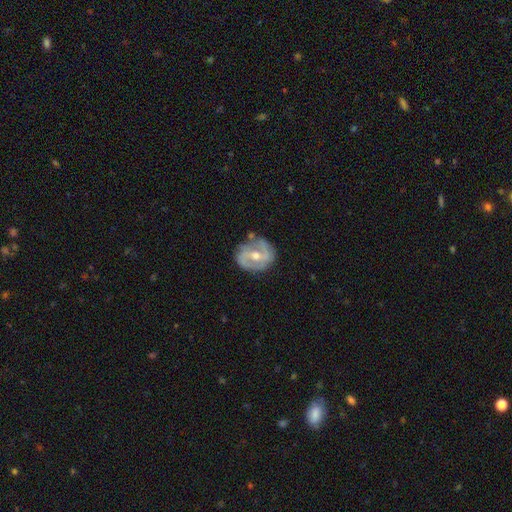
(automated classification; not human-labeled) Morphology: type=featured or disk (79%); edge-on=no (96%); bar=weak (44%); spiral arms=yes (84%); winding=medium (44%); arm count=2 (78%); bulge=moderate (66%); merging=none (71%).